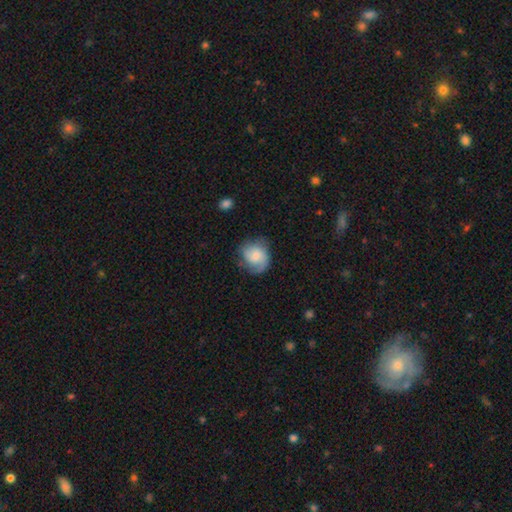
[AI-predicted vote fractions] This is possibly a smooth galaxy (57%). How rounded: likely round (66%). Merging: possibly none (60%).